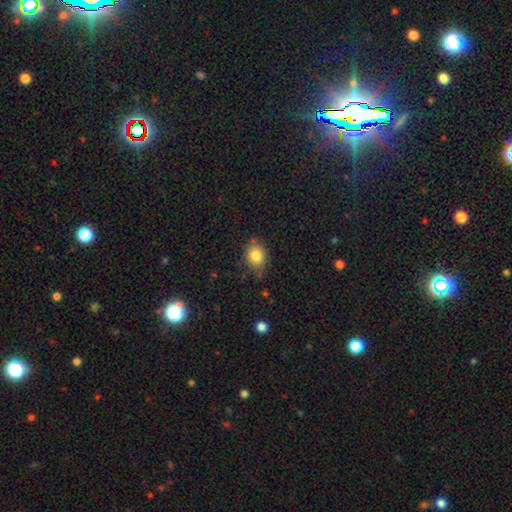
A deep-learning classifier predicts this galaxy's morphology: A smooth galaxy with no disk features (83%) that is round (65%).

Vote fractions:
- Smooth or featured? smooth: 83% / star or artifact: 10% / featured or disk: 7%
- How rounded? round: 65% / in between: 34% / cigar-shaped: 1%
- Merging? none: 78% / minor disturbance: 16% / merger: 3% / major disturbance: 3%